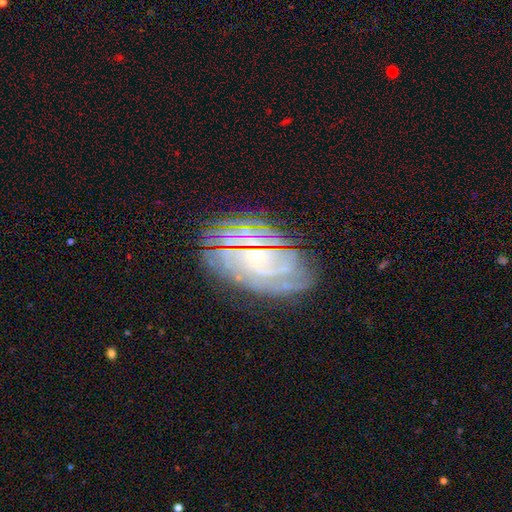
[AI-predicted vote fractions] A featured or disk galaxy (72%) with no bar (61%), tight (73%) spiral arms (91%) and a small central bulge (56%).

Vote fractions:
- Smooth or featured? featured or disk: 72% / star or artifact: 15% / smooth: 14%
- Edge-on disk? no: 94% / yes: 6%
- Bar? no: 61% / weak: 28% / strong: 10%
- Spiral arms? yes: 91% / no: 9%
- Spiral winding? tight: 73% / medium: 21% / loose: 6%
- Spiral arm count? can't tell: 42% / 2: 14% / 3: 13% / 4: 12% / more than 4: 11% / 1: 8%
- Bulge size? small: 56% / moderate: 31% / none: 6% / large: 5% / dominant: 2%
- Merging? none: 78% / minor disturbance: 15% / major disturbance: 6% / merger: 2%